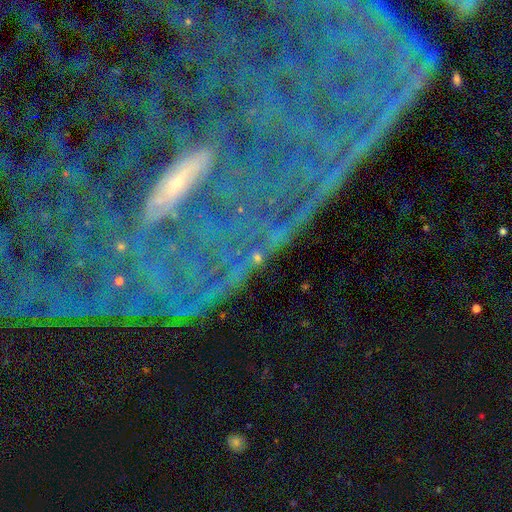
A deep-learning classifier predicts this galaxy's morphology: Overall: featured or disk (44%; star or artifact 43%). Merging: none (68%).